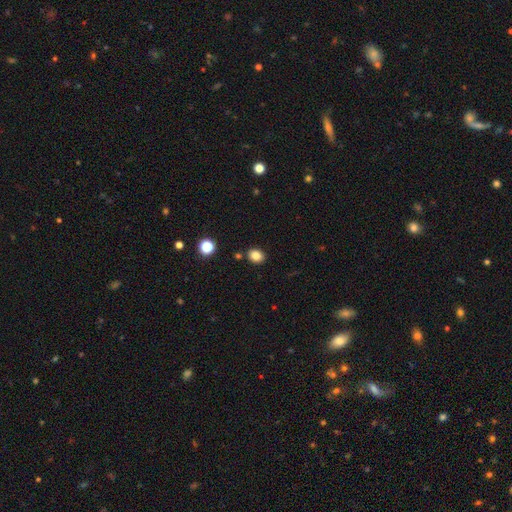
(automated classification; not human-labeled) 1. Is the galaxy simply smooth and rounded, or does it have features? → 83% smooth, 11% star or artifact, 5% featured or disk.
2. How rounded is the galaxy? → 50% in between, 49% round, 1% cigar-shaped.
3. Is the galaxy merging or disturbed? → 86% none, 8% minor disturbance, 4% merger, 2% major disturbance.